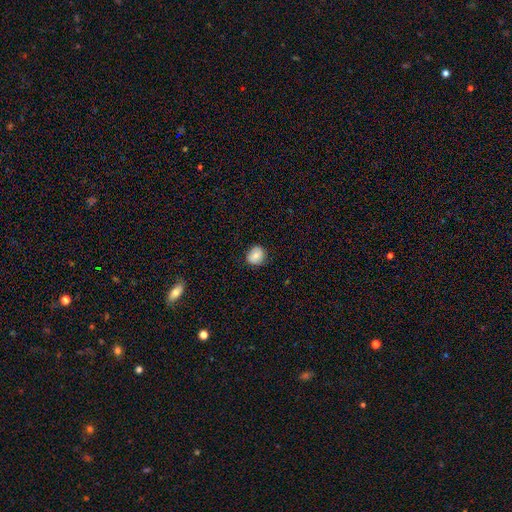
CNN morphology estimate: smooth-or-featured: smooth: 76% | featured or disk: 15% | star or artifact: 9%
  how-rounded: round: 79% | in between: 20% | cigar-shaped: 1%
  merging: none: 81% | minor disturbance: 15% | major disturbance: 3% | merger: 1%